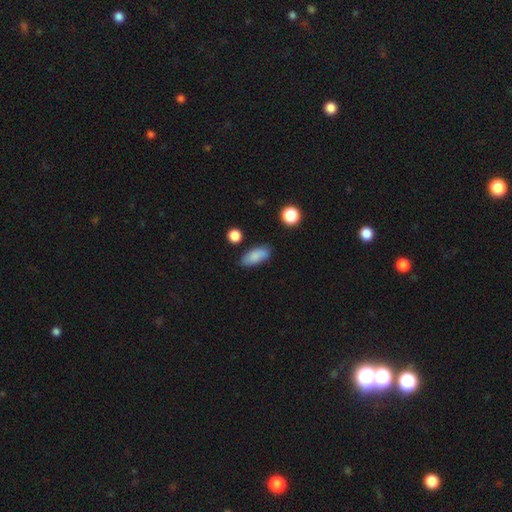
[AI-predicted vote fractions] Q: Smooth or featured?
A: smooth (84%); runner-up: featured or disk (9%)
Q: How rounded?
A: in between (83%); runner-up: cigar-shaped (13%)
Q: Merging?
A: none (77%); runner-up: minor disturbance (16%)